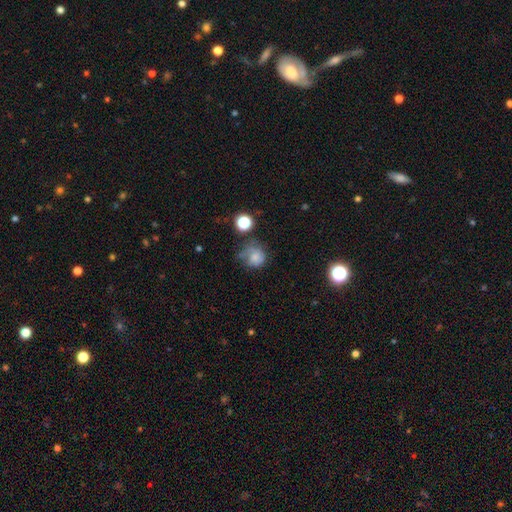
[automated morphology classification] smooth-or-featured: smooth: 65% | featured or disk: 22% | star or artifact: 13%
  how-rounded: round: 78% | in between: 21% | cigar-shaped: 1%
  merging: none: 42% | minor disturbance: 30% | major disturbance: 22% | merger: 6%